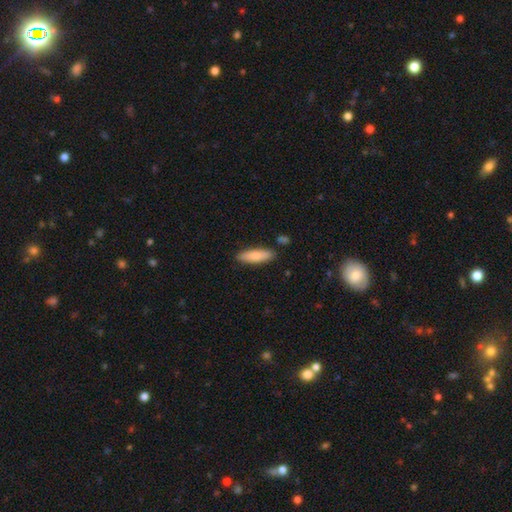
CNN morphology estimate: Smooth or featured?
  - smooth: 81% *
  - featured or disk: 13%
  - star or artifact: 6%
How rounded?
  - cigar-shaped: 51% *
  - in between: 47%
  - round: 2%
Merging?
  - none: 85% *
  - minor disturbance: 10%
  - merger: 3%
  - major disturbance: 2%